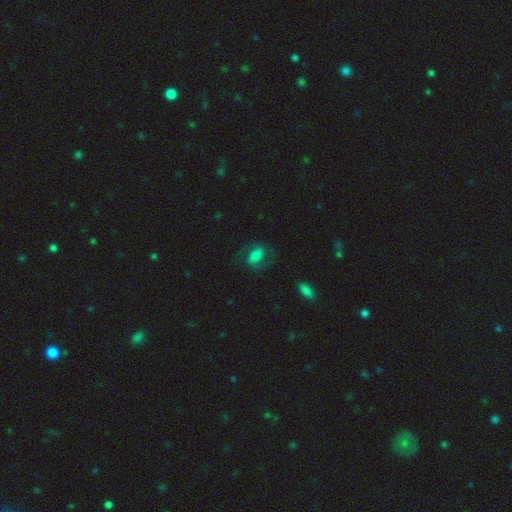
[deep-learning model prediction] A featured or disk galaxy (52%).

Vote fractions:
- Smooth or featured? featured or disk: 52% / smooth: 38% / star or artifact: 10%
- Edge-on disk? no: 96% / yes: 4%
- Merging? none: 67% / minor disturbance: 17% / major disturbance: 15% / merger: 2%